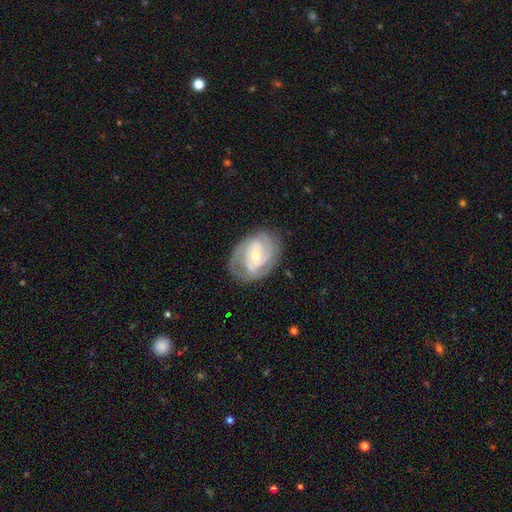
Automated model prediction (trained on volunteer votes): featured or disk 84%, smooth 11%, star or artifact 5%. Down the decision tree: edge-on disk — no (97%); bar — no (44%); spiral arms — yes (95%); spiral arm count — 2 (36%); spiral winding — tight (57%); bulge size — small (55%); merging — none (75%).